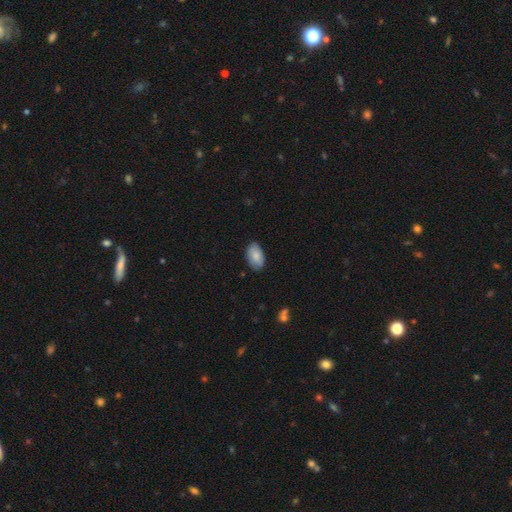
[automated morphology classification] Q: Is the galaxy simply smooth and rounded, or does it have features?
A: smooth — 84%.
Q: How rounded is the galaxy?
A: in between — 94%.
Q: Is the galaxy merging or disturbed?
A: none — 82%.